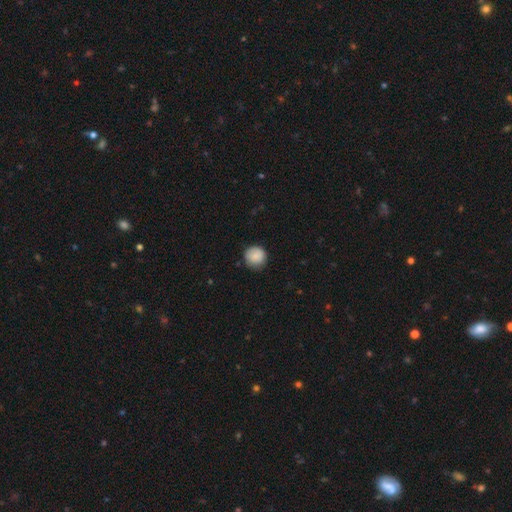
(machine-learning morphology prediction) Overall: smooth (87%). How rounded: round (92%). Merging: none (79%).